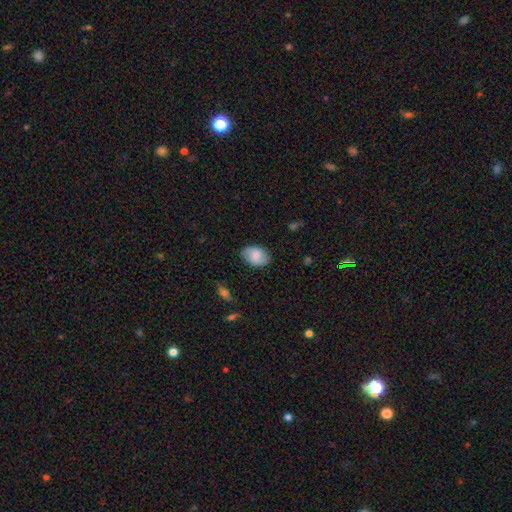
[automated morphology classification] The model was most divided on "smooth or featured": smooth: 64%, featured or disk: 29%, star or artifact: 8%. More confident: how rounded — in between (83%); merging — none (80%).